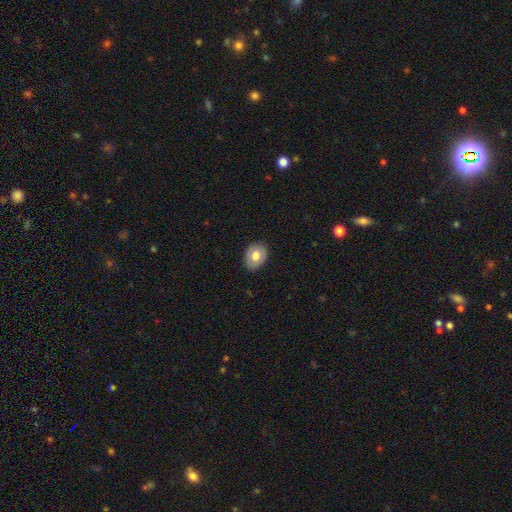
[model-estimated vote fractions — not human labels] smooth_or_featured: smooth (p=0.73) [alt: featured or disk p=0.20]
how_rounded: in between (p=0.59) [alt: round p=0.40]
merging: none (p=0.87) [alt: minor disturbance p=0.11]